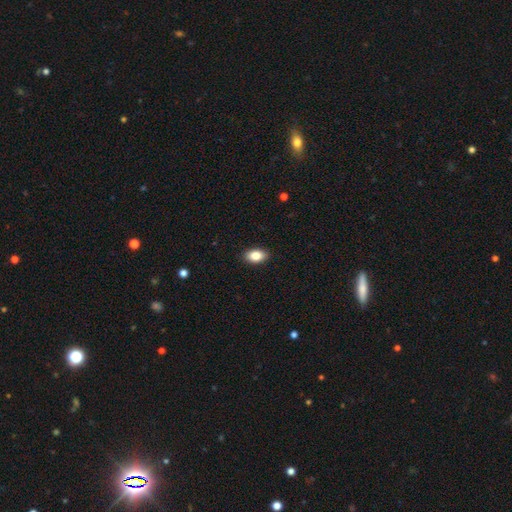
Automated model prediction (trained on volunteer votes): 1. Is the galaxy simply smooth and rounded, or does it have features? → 85% smooth, 8% star or artifact, 7% featured or disk.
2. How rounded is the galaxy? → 89% in between, 9% round, 2% cigar-shaped.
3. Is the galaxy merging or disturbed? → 89% none, 8% minor disturbance, 2% major disturbance, 1% merger.